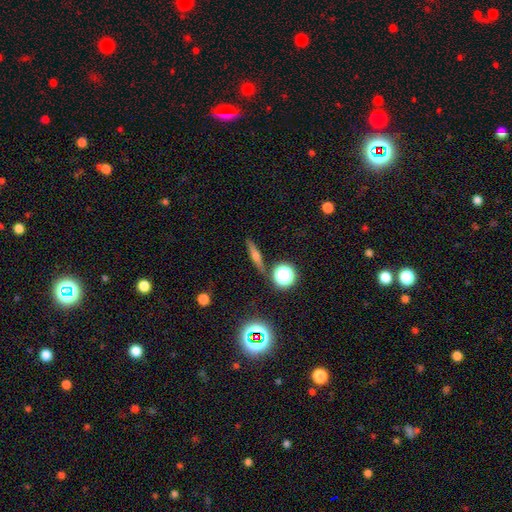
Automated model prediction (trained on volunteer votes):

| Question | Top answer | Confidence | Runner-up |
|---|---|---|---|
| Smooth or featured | featured or disk | 50% | smooth (33%) |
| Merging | none | 87% | minor disturbance (8%) |